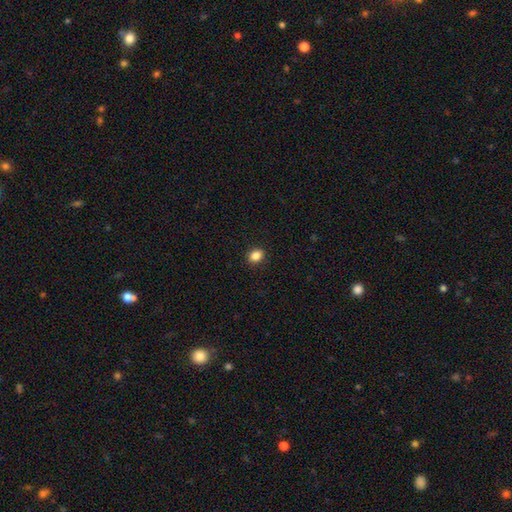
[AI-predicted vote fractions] smooth_or_featured: smooth (p=0.86) [alt: star or artifact p=0.10]
how_rounded: round (p=0.52) [alt: in between p=0.47]
merging: none (p=0.90) [alt: minor disturbance p=0.07]